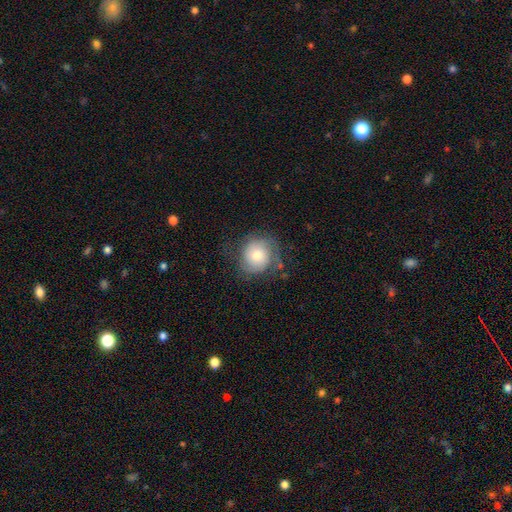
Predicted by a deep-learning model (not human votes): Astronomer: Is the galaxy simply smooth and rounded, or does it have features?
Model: smooth — 47% (runner-up: featured or disk, 44%).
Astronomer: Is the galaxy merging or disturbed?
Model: none — 63%.